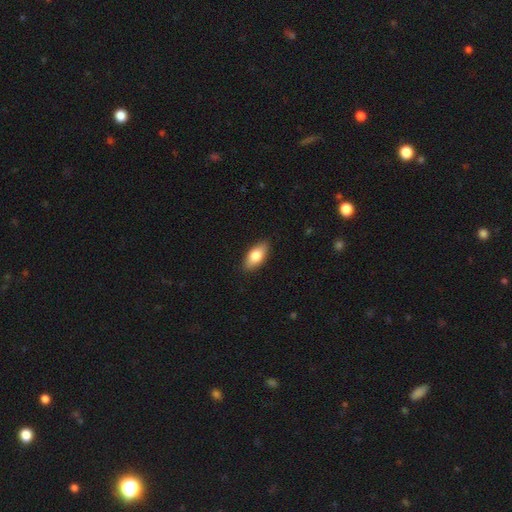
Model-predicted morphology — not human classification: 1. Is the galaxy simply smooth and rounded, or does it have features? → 79% smooth, 15% featured or disk, 6% star or artifact.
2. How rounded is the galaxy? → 89% in between, 8% cigar-shaped, 3% round.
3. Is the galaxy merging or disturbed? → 87% none, 10% minor disturbance, 2% major disturbance, 1% merger.